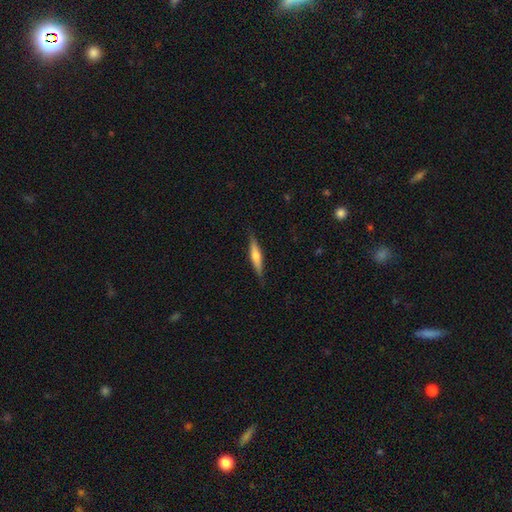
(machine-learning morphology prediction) Smooth or featured? featured or disk (52%)
Edge-on disk? yes (96%)
Merging? none (87%)